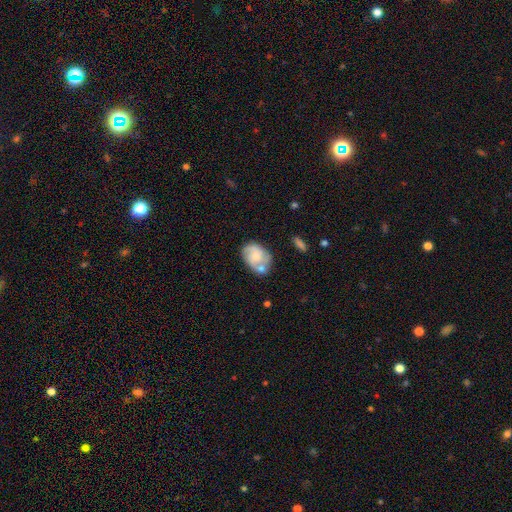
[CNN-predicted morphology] Smooth or featured? Predicted: featured or disk (p=0.57). Edge-on disk? Predicted: no (p=0.97). Bar? Predicted: no (p=0.71). Spiral arms? Predicted: yes (p=0.81). Bulge size? Predicted: small (p=0.53). Merging? Predicted: none (p=0.43).